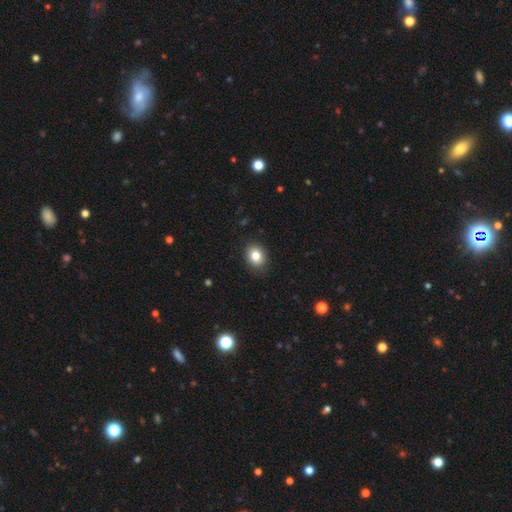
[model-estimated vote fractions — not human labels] The model was most divided on "how rounded": round: 54%, in between: 45%, cigar-shaped: 1%. More confident: merging — none (87%); smooth or featured — smooth (82%).